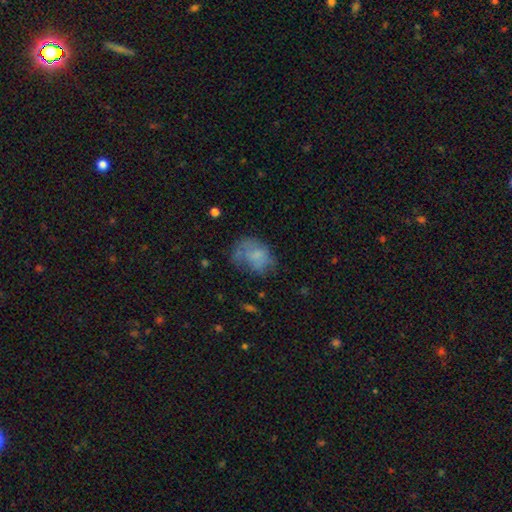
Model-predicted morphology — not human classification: Smooth or featured? Predicted: smooth (p=0.62). How rounded? Predicted: in between (p=0.66). Merging? Predicted: none (p=0.39).